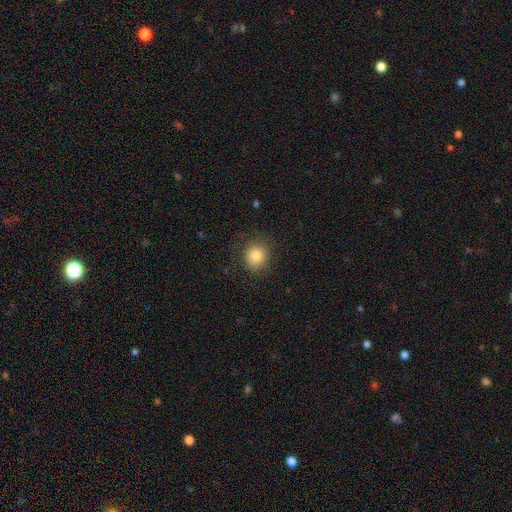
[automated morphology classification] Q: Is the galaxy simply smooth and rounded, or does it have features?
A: smooth — 83%.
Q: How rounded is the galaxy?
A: round — 79%.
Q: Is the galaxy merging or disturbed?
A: none — 81%.